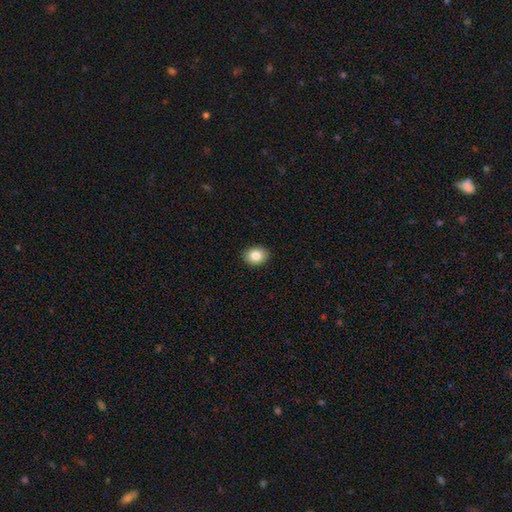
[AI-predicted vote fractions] Smooth or featured? smooth (84%)
How rounded? in between (55%)
Merging? none (91%)